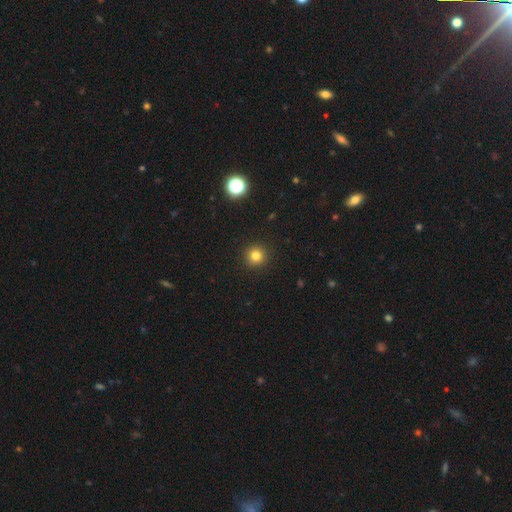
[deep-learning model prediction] Smooth or featured?
  - smooth: 81% *
  - star or artifact: 14%
  - featured or disk: 6%
How rounded?
  - round: 95% *
  - in between: 4%
  - cigar-shaped: 1%
Merging?
  - none: 93% *
  - minor disturbance: 5%
  - major disturbance: 2%
  - merger: 1%